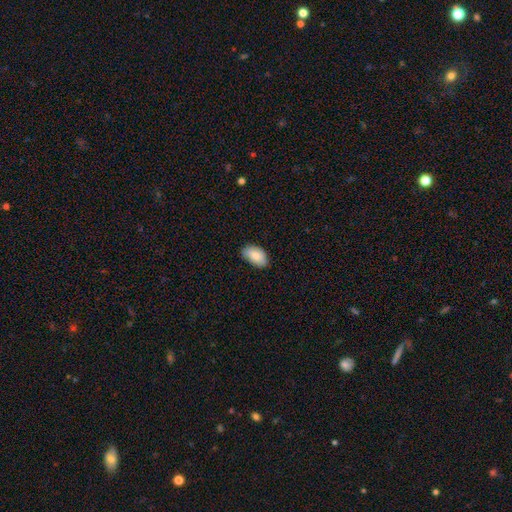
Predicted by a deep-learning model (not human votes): Smooth or featured? Predicted: smooth (p=0.86). How rounded? Predicted: in between (p=0.94). Merging? Predicted: none (p=0.78).